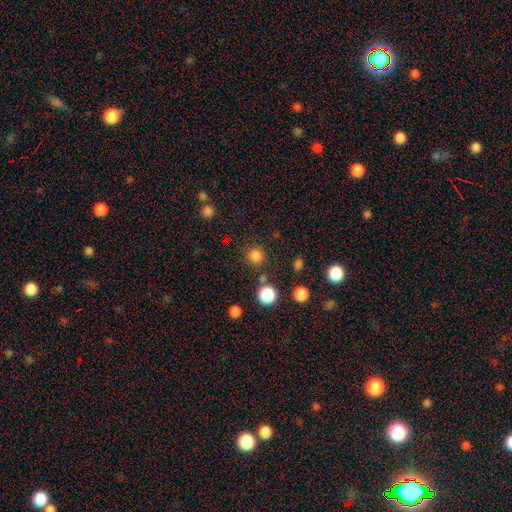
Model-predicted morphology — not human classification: Overall: smooth (79%). How rounded: round (94%). Merging: none (85%).